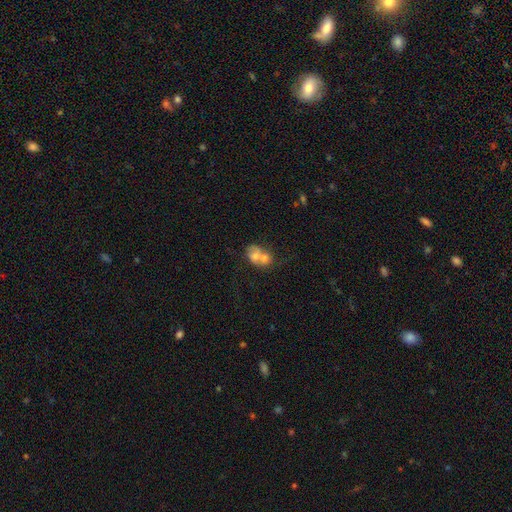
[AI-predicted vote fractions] A smooth galaxy with no disk features (58%) that is in between round and cigar-shaped (55%).

Vote fractions:
- Smooth or featured? smooth: 58% / featured or disk: 32% / star or artifact: 9%
- How rounded? in between: 55% / round: 44% / cigar-shaped: 1%
- Merging? merger: 71% / none: 16% / minor disturbance: 8% / major disturbance: 6%